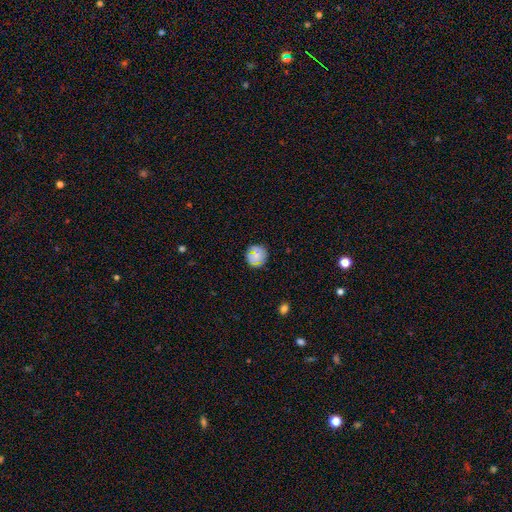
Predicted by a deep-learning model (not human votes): smooth 72%, star or artifact 17%, featured or disk 11%. Down the decision tree: how rounded — round (93%); merging — none (86%).